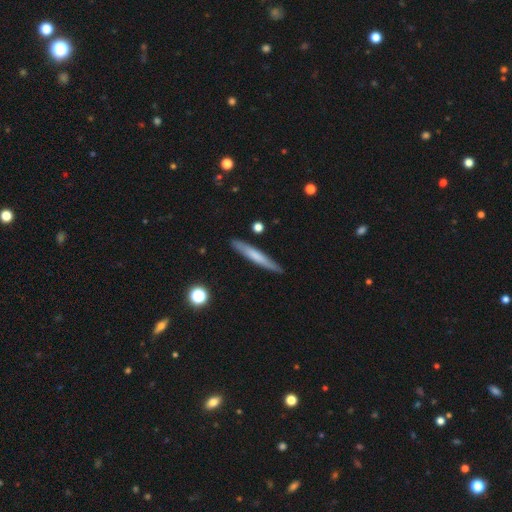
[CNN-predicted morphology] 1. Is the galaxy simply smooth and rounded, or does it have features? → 59% smooth, 35% featured or disk, 6% star or artifact.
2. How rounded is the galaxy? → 95% cigar-shaped, 3% in between, 1% round.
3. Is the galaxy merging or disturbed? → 87% none, 9% minor disturbance, 2% major disturbance, 2% merger.